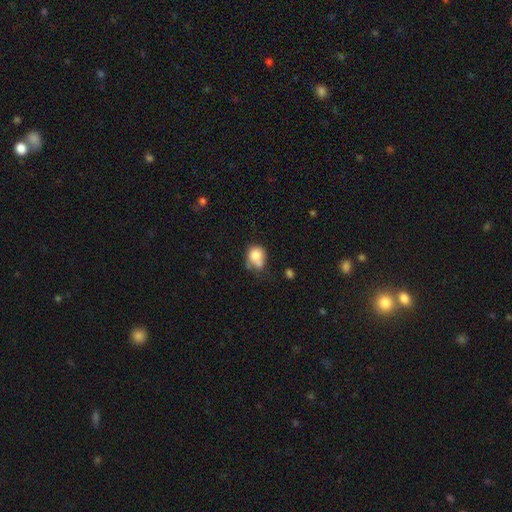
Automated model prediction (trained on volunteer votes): This is likely a smooth galaxy (77%). How rounded: likely round (64%). Merging: marginally none (38%).